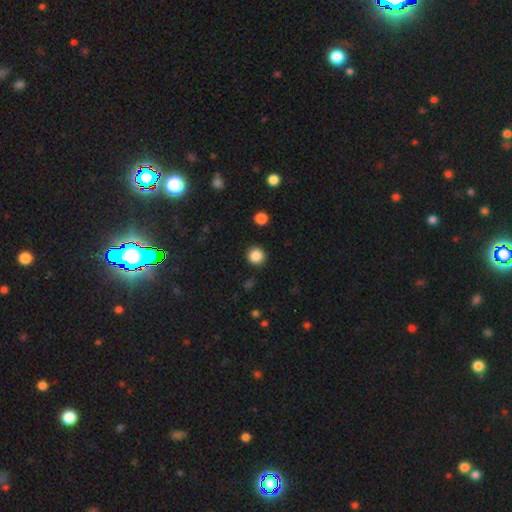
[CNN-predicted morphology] A smooth galaxy with no disk features (86%) that is round (93%).

Vote fractions:
- Smooth or featured? smooth: 86% / star or artifact: 11% / featured or disk: 4%
- How rounded? round: 93% / in between: 6% / cigar-shaped: 1%
- Merging? none: 90% / minor disturbance: 6% / major disturbance: 2% / merger: 2%